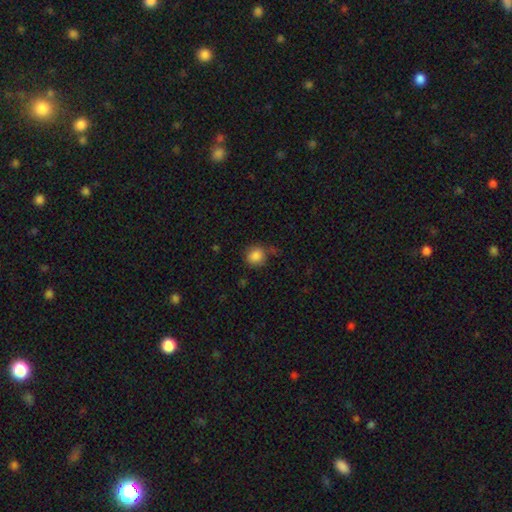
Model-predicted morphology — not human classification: smooth-or-featured: smooth: 86% | star or artifact: 10% | featured or disk: 5%
  how-rounded: round: 85% | in between: 14% | cigar-shaped: 1%
  merging: none: 72% | minor disturbance: 19% | major disturbance: 5% | merger: 4%